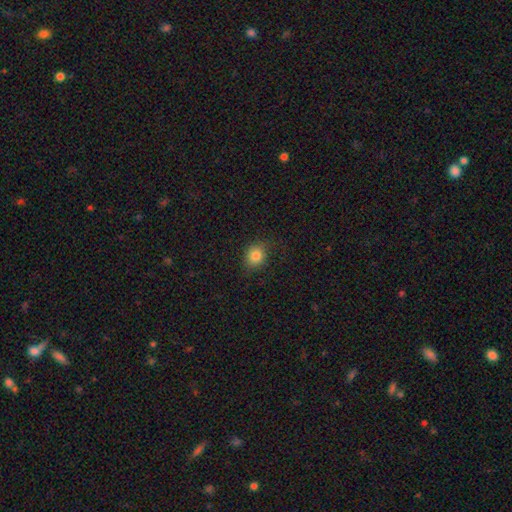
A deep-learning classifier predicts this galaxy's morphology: A smooth galaxy with no disk features (82%) that is round (68%).

Vote fractions:
- Smooth or featured? smooth: 82% / star or artifact: 11% / featured or disk: 7%
- How rounded? round: 68% / in between: 31% / cigar-shaped: 1%
- Merging? none: 80% / minor disturbance: 15% / major disturbance: 5% / merger: 1%